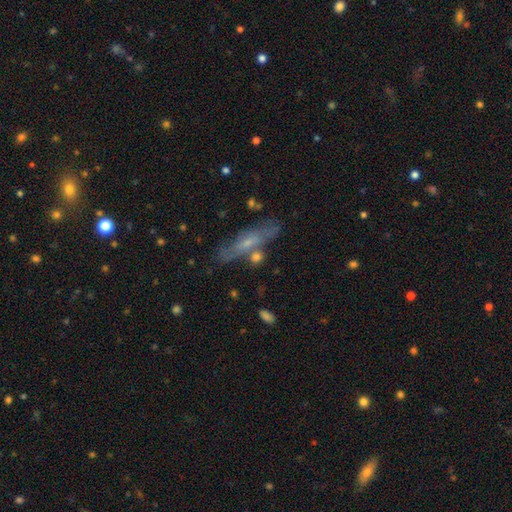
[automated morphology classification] Smooth or featured? featured or disk (51%)
Edge-on disk? yes (52%)
Merging? none (63%)